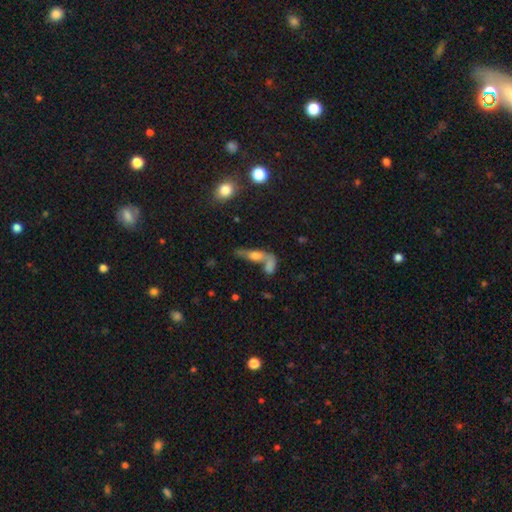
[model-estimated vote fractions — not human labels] This is possibly a smooth galaxy (47%). Merging: marginally merger (42%).